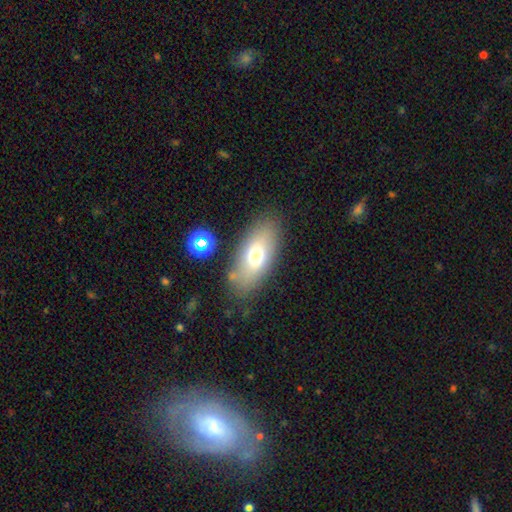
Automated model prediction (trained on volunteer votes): Smooth or featured? smooth (69%)
How rounded? in between (86%)
Merging? none (79%)